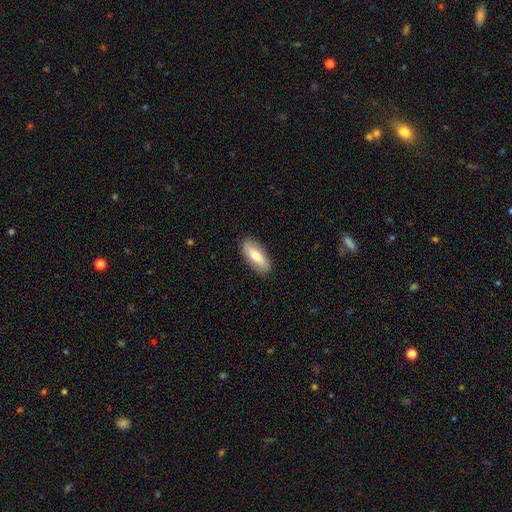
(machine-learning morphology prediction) Overall: smooth (68%). How rounded: in between (74%). Merging: none (88%).